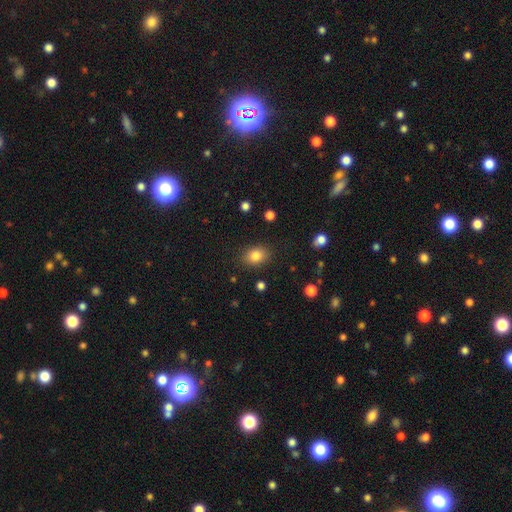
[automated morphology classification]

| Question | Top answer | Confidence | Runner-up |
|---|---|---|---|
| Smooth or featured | smooth | 83% | star or artifact (10%) |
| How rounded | in between | 68% | round (30%) |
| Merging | none | 85% | minor disturbance (10%) |